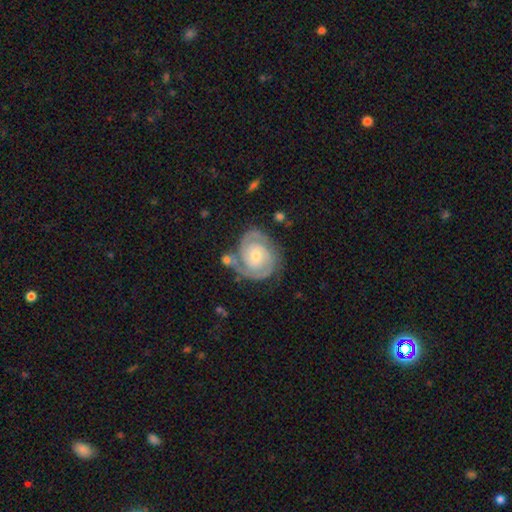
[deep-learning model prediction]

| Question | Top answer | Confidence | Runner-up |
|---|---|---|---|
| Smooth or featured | featured or disk | 89% | smooth (7%) |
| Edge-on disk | no | 98% | yes (2%) |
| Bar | no | 69% | weak (24%) |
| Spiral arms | yes | 98% | no (2%) |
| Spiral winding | tight | 72% | medium (24%) |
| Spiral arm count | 2 | 84% | 3 (6%) |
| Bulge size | small | 56% | moderate (38%) |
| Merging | none | 72% | minor disturbance (16%) |